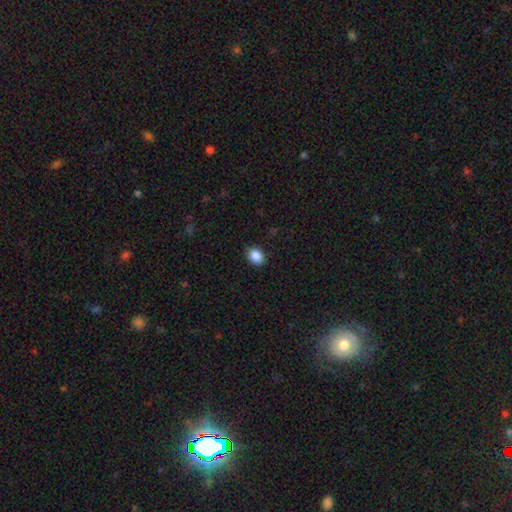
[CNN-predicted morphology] smooth 88%, star or artifact 9%, featured or disk 3%. Down the decision tree: how rounded — in between (55%); merging — none (89%).